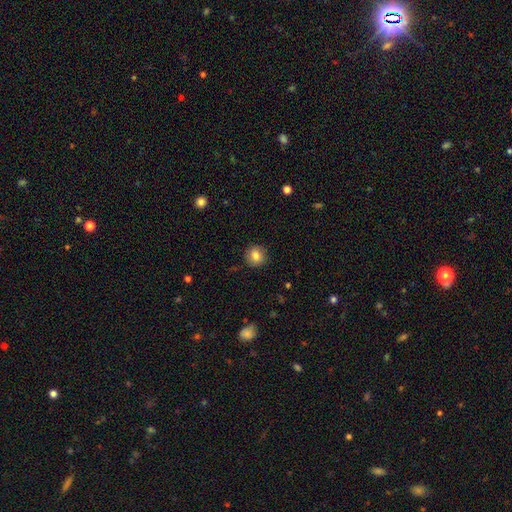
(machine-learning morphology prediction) smooth 82%, star or artifact 10%, featured or disk 8%. Down the decision tree: how rounded — round (89%); merging — none (89%).